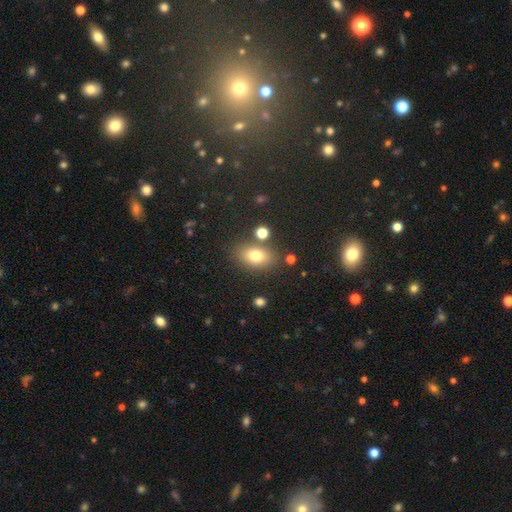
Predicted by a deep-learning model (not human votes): Morphology: type=smooth (77%); roundness=in between (79%); merging=none (77%).